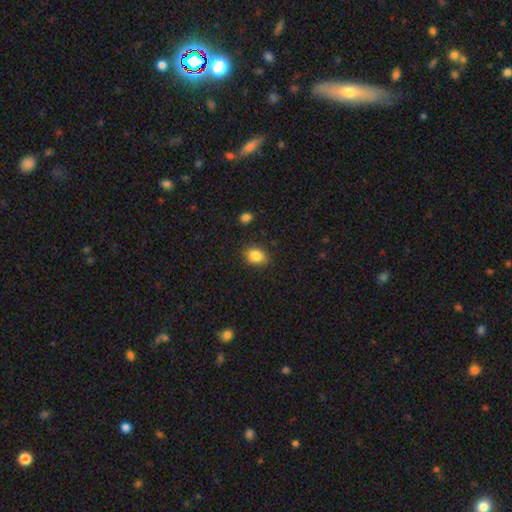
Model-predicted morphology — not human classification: This is clearly a smooth galaxy (85%). How rounded: likely in between (62%). Merging: clearly none (85%).